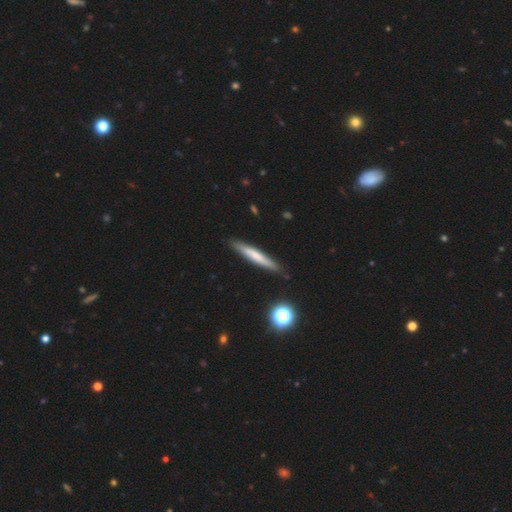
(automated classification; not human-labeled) The model was most divided on "smooth or featured": smooth: 57%, featured or disk: 36%, star or artifact: 7%. More confident: how rounded — cigar-shaped (94%); merging — none (86%).